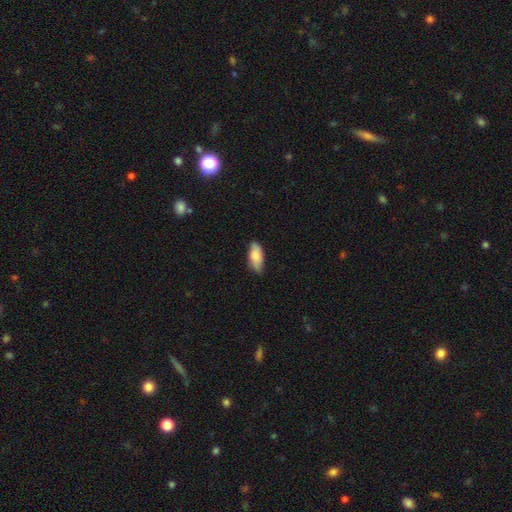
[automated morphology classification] smooth_or_featured: smooth (p=0.81) [alt: featured or disk p=0.13]
how_rounded: in between (p=0.82) [alt: cigar-shaped p=0.16]
merging: none (p=0.81) [alt: minor disturbance p=0.15]